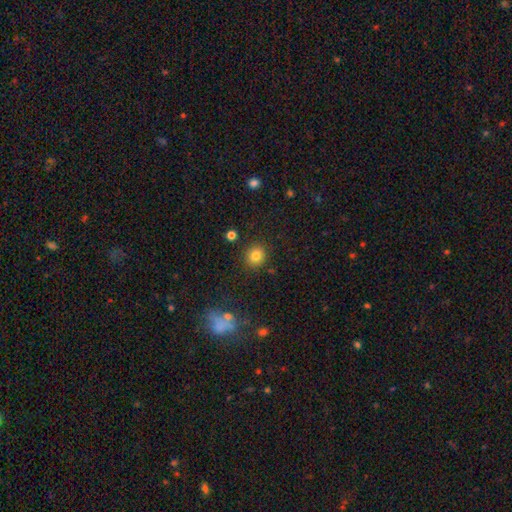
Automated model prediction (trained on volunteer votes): A smooth galaxy with no disk features (81%) that is round (84%).

Vote fractions:
- Smooth or featured? smooth: 81% / star or artifact: 12% / featured or disk: 6%
- How rounded? round: 84% / in between: 15% / cigar-shaped: 1%
- Merging? none: 88% / minor disturbance: 7% / major disturbance: 2% / merger: 2%